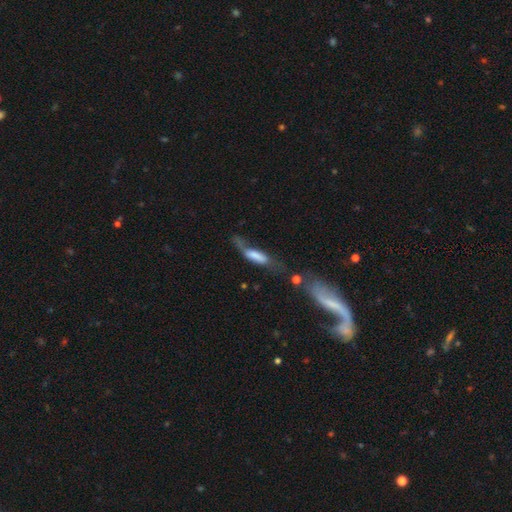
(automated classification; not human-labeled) A smooth galaxy with no disk features (55%) that is cigar-shaped (51%).

Vote fractions:
- Smooth or featured? smooth: 55% / featured or disk: 36% / star or artifact: 8%
- How rounded? cigar-shaped: 51% / in between: 46% / round: 3%
- Merging? major disturbance: 40% / none: 24% / minor disturbance: 22% / merger: 14%